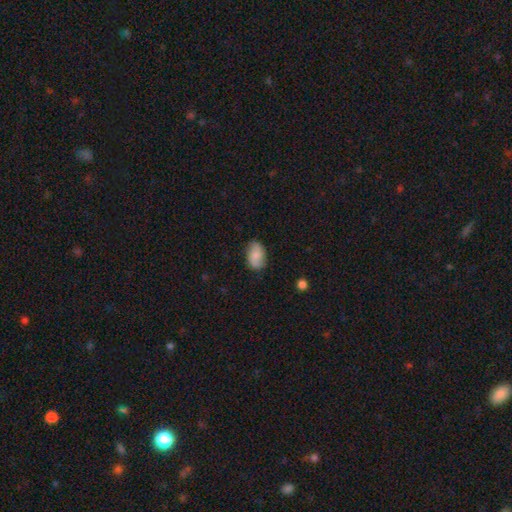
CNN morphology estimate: A smooth galaxy with no disk features (71%) that is in between round and cigar-shaped (89%). Merging: none (77%).